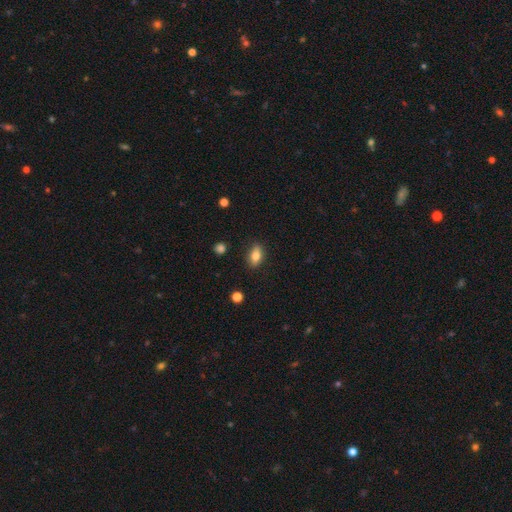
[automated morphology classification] This appears to be a smooth galaxy with no disk features (80%) that is in between round and cigar-shaped (84%). Merging: none (84%).